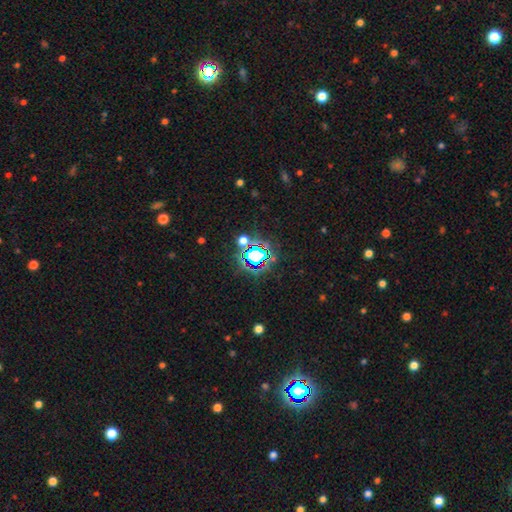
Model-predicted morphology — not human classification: This appears to be a star or artifact, not a galaxy (70%).